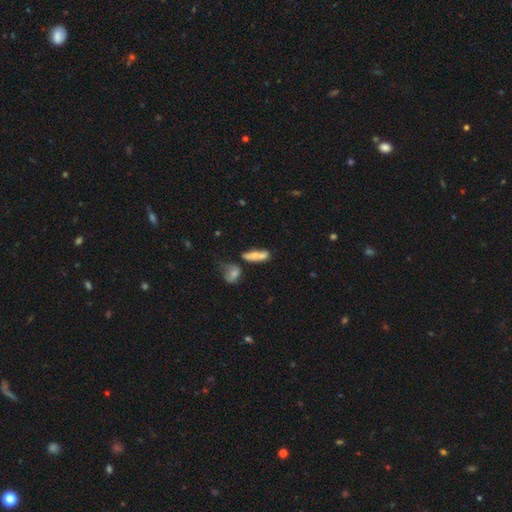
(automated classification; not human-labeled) Smooth or featured? Predicted: smooth (p=0.59). How rounded? Predicted: in between (p=0.54). Merging? Predicted: merger (p=0.40).